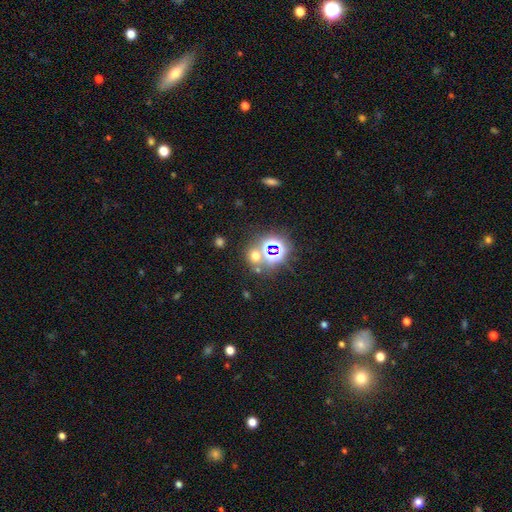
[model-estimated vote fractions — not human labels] Morphology: type=smooth (46%); merging=none (68%).